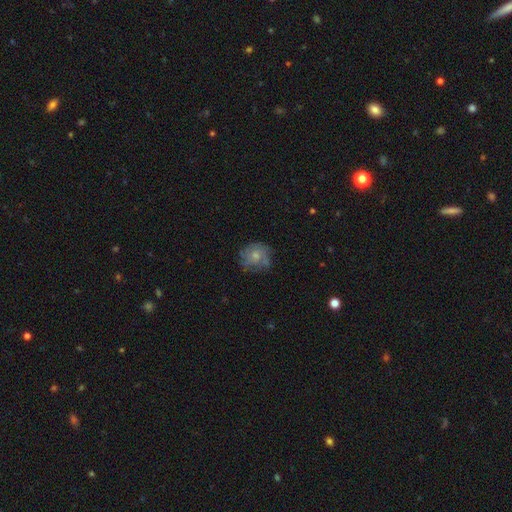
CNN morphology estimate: Q: Smooth or featured?
A: featured or disk (56%); runner-up: smooth (34%)
Q: Edge-on disk?
A: no (98%); runner-up: yes (2%)
Q: Bar?
A: no (80%); runner-up: weak (18%)
Q: Spiral arms?
A: yes (78%); runner-up: no (22%)
Q: Bulge size?
A: small (49%); runner-up: moderate (42%)
Q: Merging?
A: none (67%); runner-up: minor disturbance (21%)